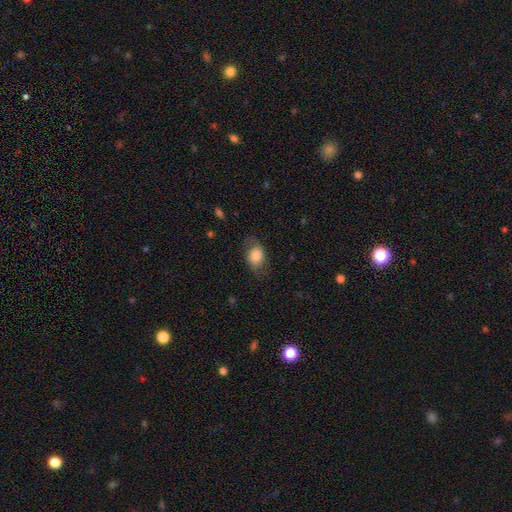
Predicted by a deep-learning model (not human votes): This is likely a smooth galaxy (73%). How rounded: likely in between (73%). Merging: likely none (69%).